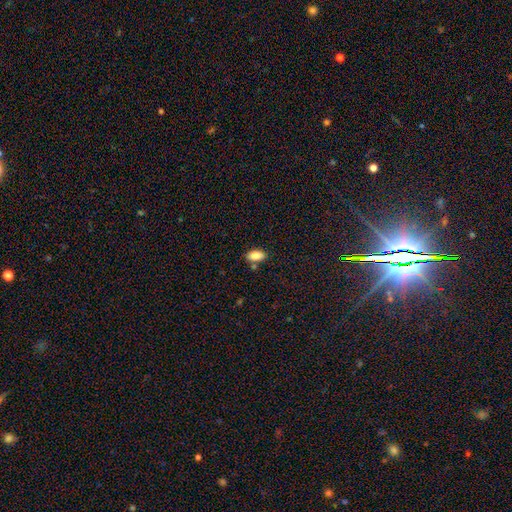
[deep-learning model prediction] Smooth or featured: smooth — 86% (star or artifact — 8%)
How rounded: in between — 92% (round — 5%)
Merging: none — 75% (minor disturbance — 13%)